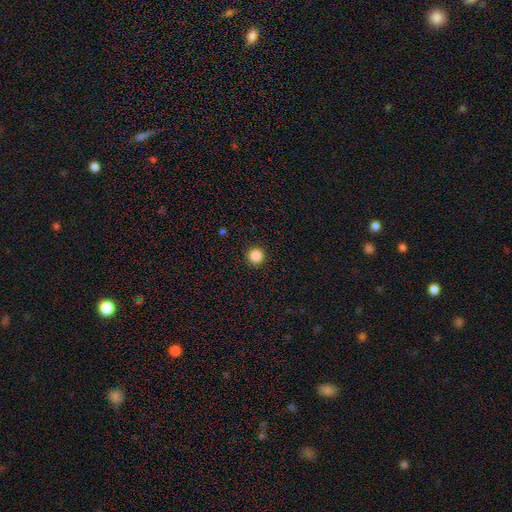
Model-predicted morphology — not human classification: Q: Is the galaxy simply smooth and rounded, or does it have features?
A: smooth — 86%.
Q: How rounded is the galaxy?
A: round — 96%.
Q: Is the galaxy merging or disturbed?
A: none — 93%.